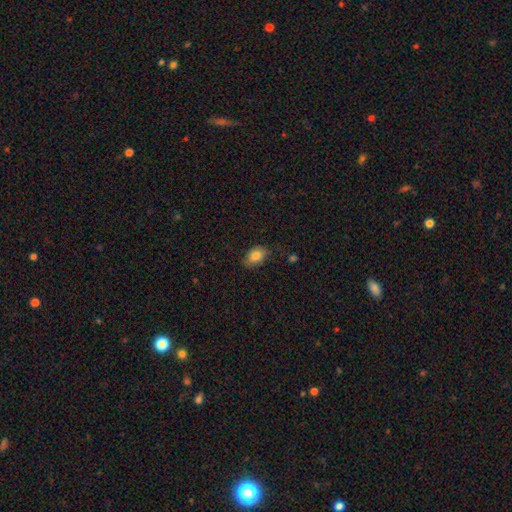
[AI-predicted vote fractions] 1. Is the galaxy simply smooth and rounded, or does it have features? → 82% smooth, 10% featured or disk, 8% star or artifact.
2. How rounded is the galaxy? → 85% in between, 14% round, 1% cigar-shaped.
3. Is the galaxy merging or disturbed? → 74% none, 21% minor disturbance, 4% major disturbance, 1% merger.